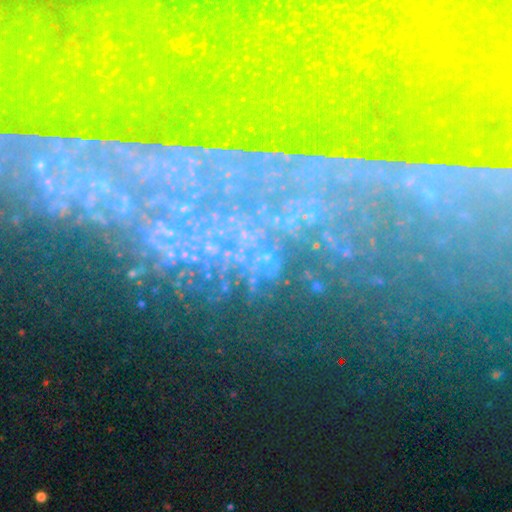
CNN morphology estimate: Smooth or featured?
  - star or artifact: 48% *
  - featured or disk: 34%
  - smooth: 18%